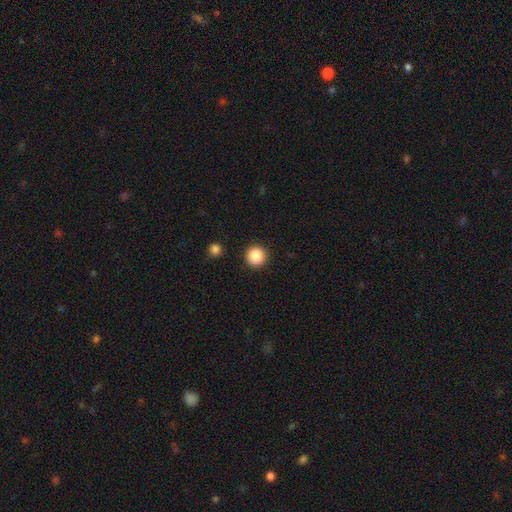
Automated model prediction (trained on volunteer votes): Smooth or featured: smooth — 87% (star or artifact — 9%)
How rounded: round — 96% (in between — 3%)
Merging: none — 91% (minor disturbance — 5%)